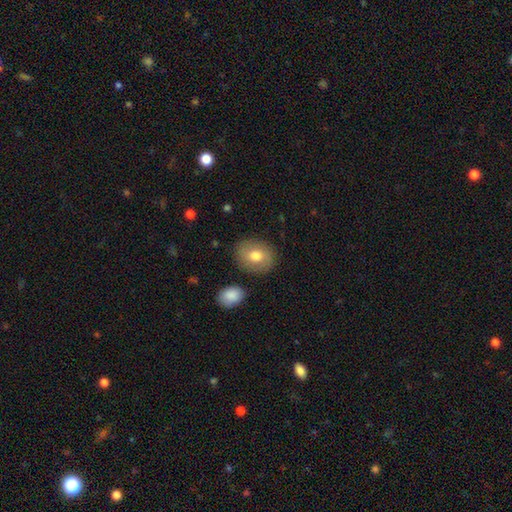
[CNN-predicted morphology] This is likely a smooth galaxy (74%). How rounded: possibly round (52%). Merging: clearly none (83%).